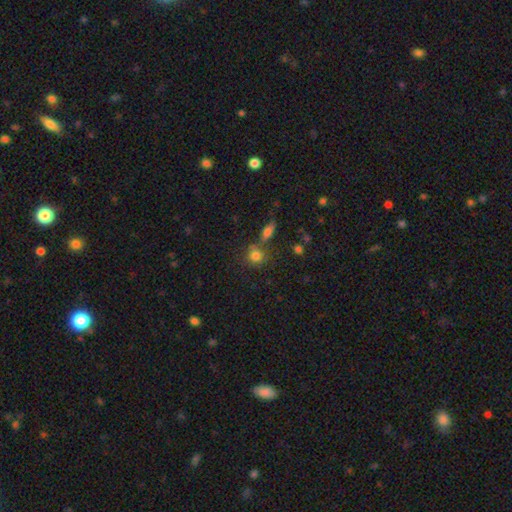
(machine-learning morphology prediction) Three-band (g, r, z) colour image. It shows a smooth galaxy with no disk features (79%) that is round (82%). Merging: none (62%).